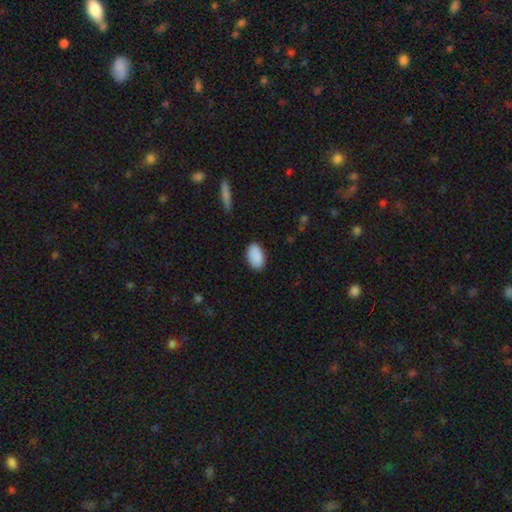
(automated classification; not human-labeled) smooth_or_featured: smooth (p=0.90) [alt: star or artifact p=0.06]
how_rounded: in between (p=0.94) [alt: round p=0.05]
merging: none (p=0.87) [alt: minor disturbance p=0.10]